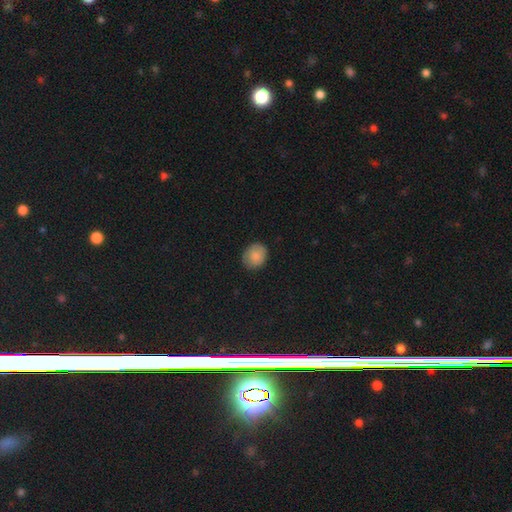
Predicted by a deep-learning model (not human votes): A smooth galaxy with no disk features (86%) that is round (63%). Merging: none (84%).